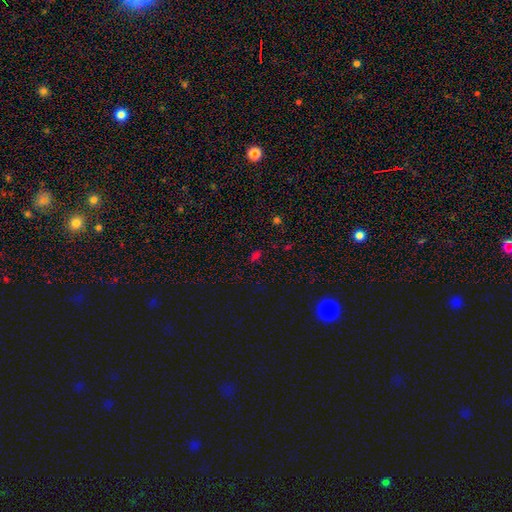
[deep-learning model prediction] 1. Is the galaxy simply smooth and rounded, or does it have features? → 50% smooth, 43% star or artifact, 6% featured or disk.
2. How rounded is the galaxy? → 77% in between, 19% round, 4% cigar-shaped.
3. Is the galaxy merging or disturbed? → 75% none, 15% minor disturbance, 6% major disturbance, 5% merger.